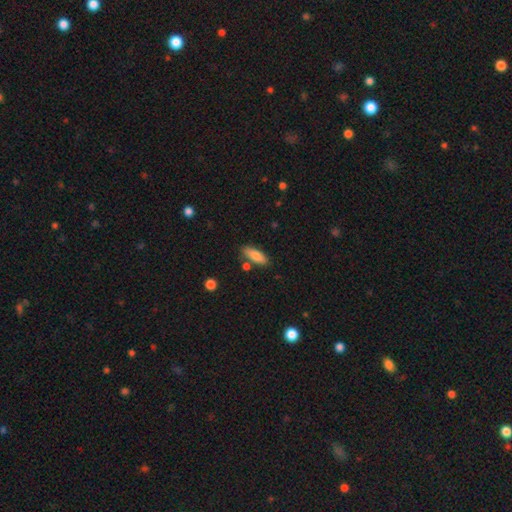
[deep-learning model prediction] smooth 80%, featured or disk 13%, star or artifact 6%. Down the decision tree: how rounded — in between (69%); merging — none (78%).